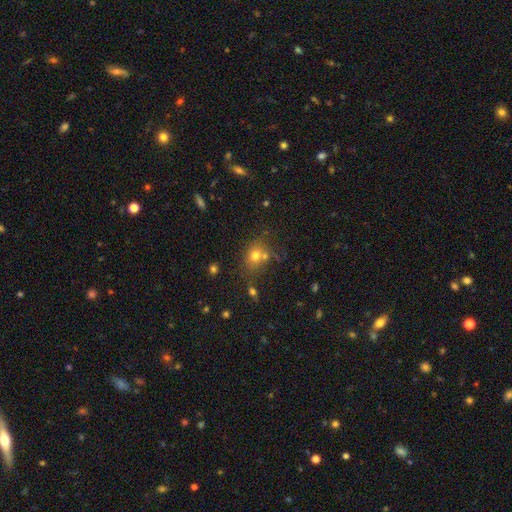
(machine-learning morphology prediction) Smooth or featured: smooth — 73% (star or artifact — 16%)
How rounded: round — 66% (in between — 33%)
Merging: none — 58% (merger — 24%)